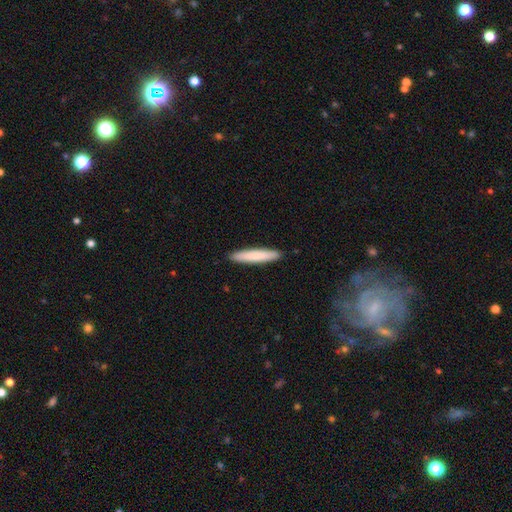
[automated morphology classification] smooth 82%, featured or disk 13%, star or artifact 5%. Down the decision tree: how rounded — cigar-shaped (92%); merging — none (92%).